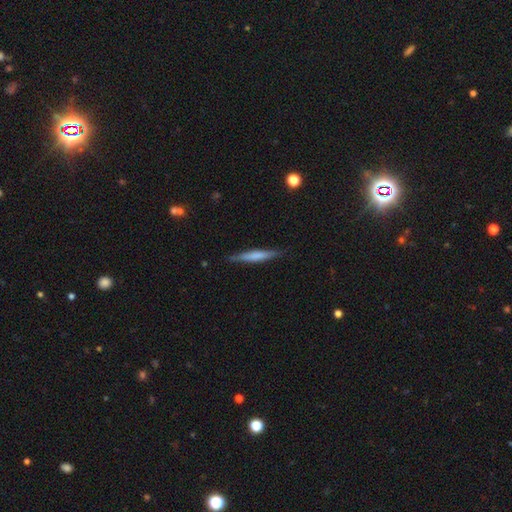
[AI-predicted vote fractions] smooth-or-featured: smooth: 55% | featured or disk: 39% | star or artifact: 6%
  how-rounded: cigar-shaped: 93% | in between: 5% | round: 1%
  merging: none: 87% | minor disturbance: 10% | major disturbance: 2% | merger: 1%